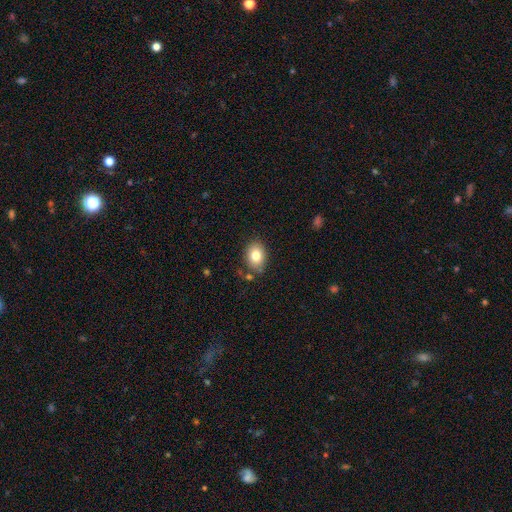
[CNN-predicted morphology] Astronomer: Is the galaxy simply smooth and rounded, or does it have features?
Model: smooth — 80%.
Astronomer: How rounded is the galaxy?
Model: in between — 71%.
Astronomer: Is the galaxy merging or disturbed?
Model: none — 79%.